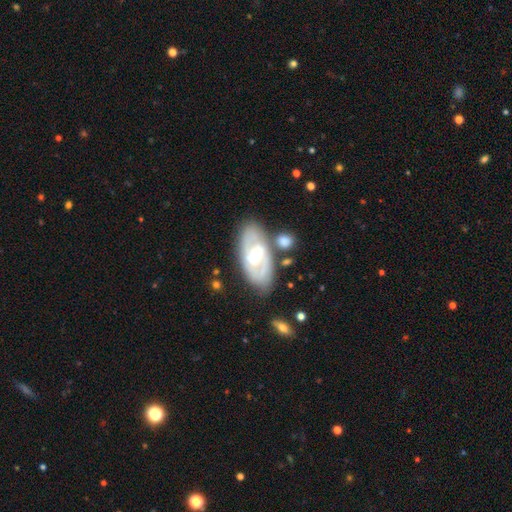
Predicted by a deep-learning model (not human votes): Smooth or featured? featured or disk (78%)
Edge-on disk? no (92%)
Bar? weak (50%)
Spiral arms? yes (82%)
Spiral winding? tight (47%)
Spiral arm count? 2 (70%)
Bulge size? moderate (69%)
Merging? none (73%)